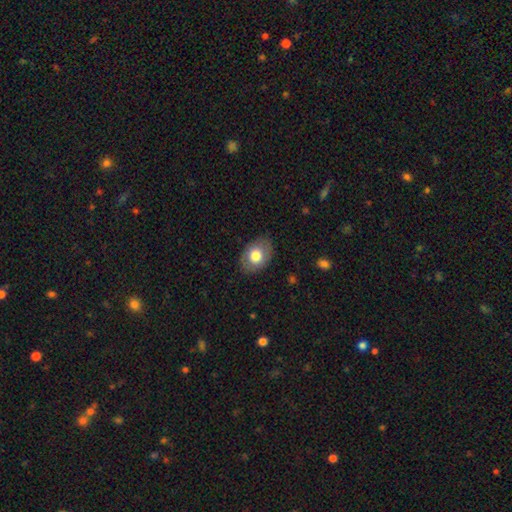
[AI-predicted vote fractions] Smooth or featured: smooth — 72% (featured or disk — 21%)
How rounded: in between — 78% (round — 21%)
Merging: none — 81% (minor disturbance — 14%)